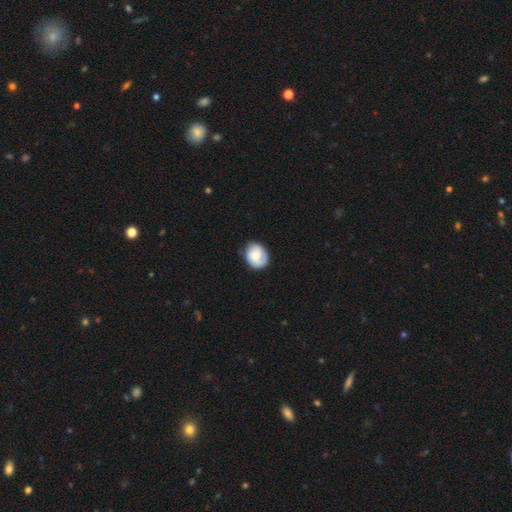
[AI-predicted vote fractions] Smooth or featured: smooth — 57% (featured or disk — 36%)
How rounded: round — 54% (in between — 45%)
Merging: none — 73% (minor disturbance — 20%)